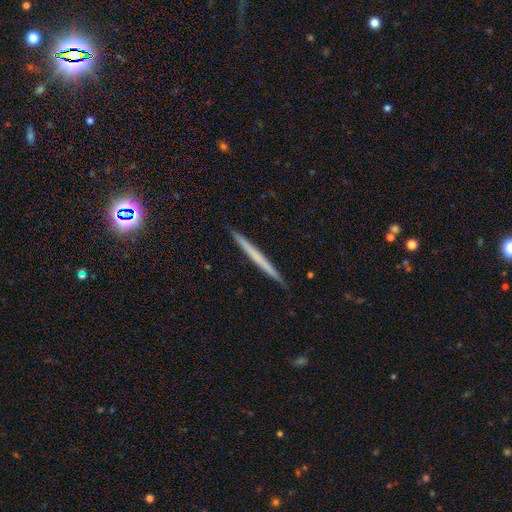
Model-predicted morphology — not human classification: Smooth or featured?
  - smooth: 50% *
  - featured or disk: 44%
  - star or artifact: 6%
Merging?
  - none: 92% *
  - minor disturbance: 6%
  - major disturbance: 1%
  - merger: 1%